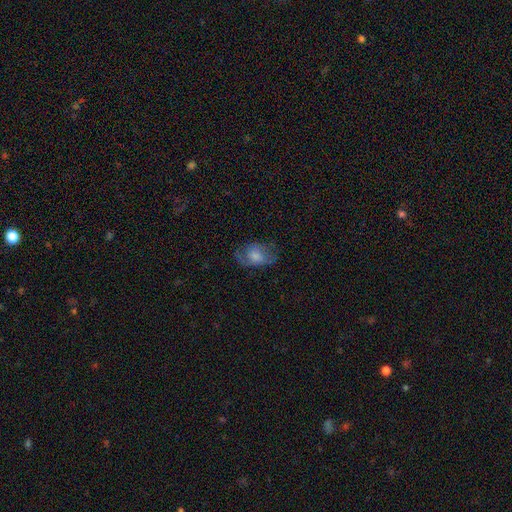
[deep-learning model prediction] smooth-or-featured: smooth: 56% | featured or disk: 36% | star or artifact: 9%
  how-rounded: in between: 80% | round: 19% | cigar-shaped: 1%
  merging: none: 53% | minor disturbance: 25% | major disturbance: 21% | merger: 1%